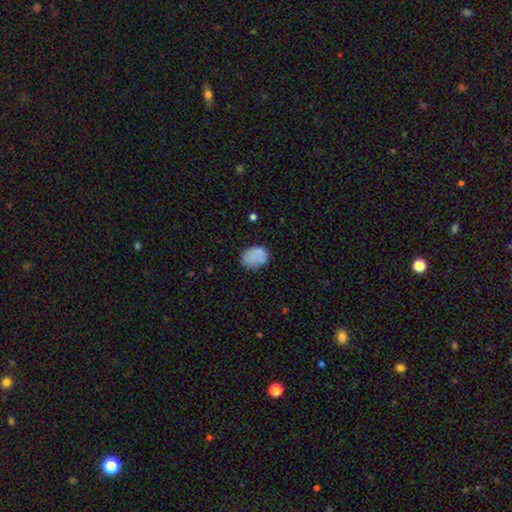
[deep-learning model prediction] smooth_or_featured: smooth (p=0.76) [alt: featured or disk p=0.14]
how_rounded: in between (p=0.71) [alt: round p=0.28]
merging: none (p=0.61) [alt: minor disturbance p=0.24]